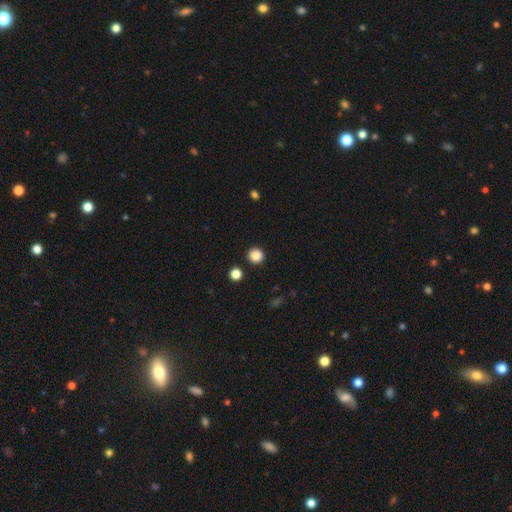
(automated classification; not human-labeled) Smooth or featured? smooth (86%)
How rounded? round (91%)
Merging? none (91%)